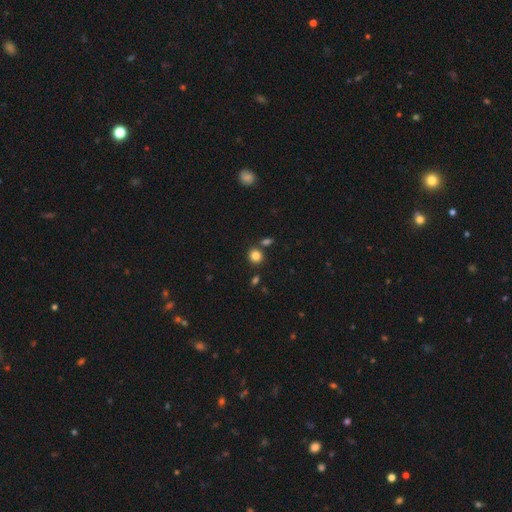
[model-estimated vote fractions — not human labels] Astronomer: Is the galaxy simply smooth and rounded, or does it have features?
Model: smooth — 83%.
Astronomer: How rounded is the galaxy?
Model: round — 81%.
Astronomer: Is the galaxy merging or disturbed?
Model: none — 78%.